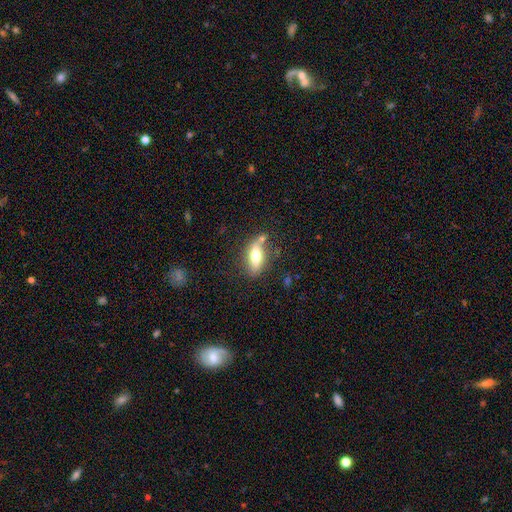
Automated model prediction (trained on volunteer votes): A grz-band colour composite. It shows a smooth galaxy with no disk features (62%) that is in between round and cigar-shaped (75%). Merging: none (62%).